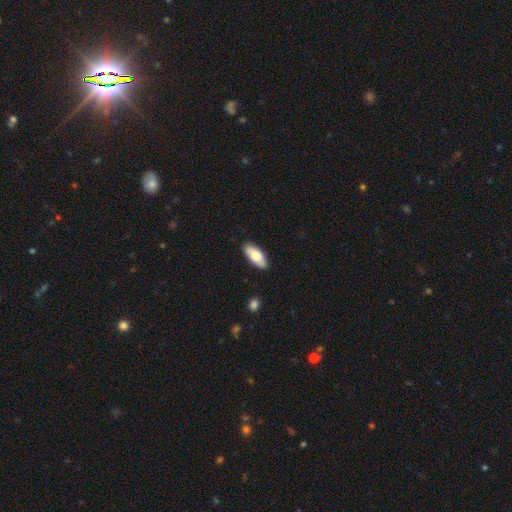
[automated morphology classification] smooth 78%, featured or disk 16%, star or artifact 6%. Down the decision tree: how rounded — in between (84%); merging — none (86%).